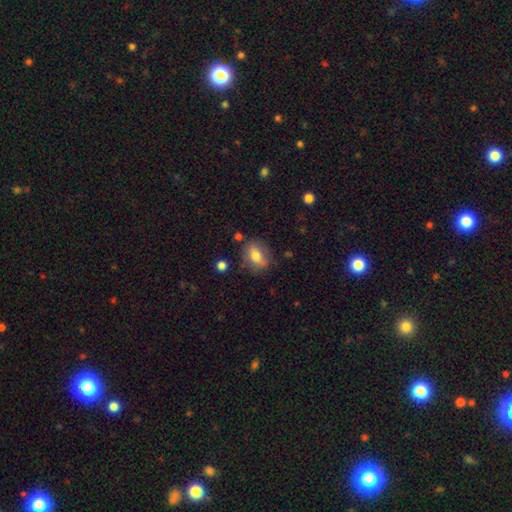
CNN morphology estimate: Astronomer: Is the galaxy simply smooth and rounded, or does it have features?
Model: smooth — 70%.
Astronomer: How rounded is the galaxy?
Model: in between — 68%.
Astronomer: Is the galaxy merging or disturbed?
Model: none — 72%.